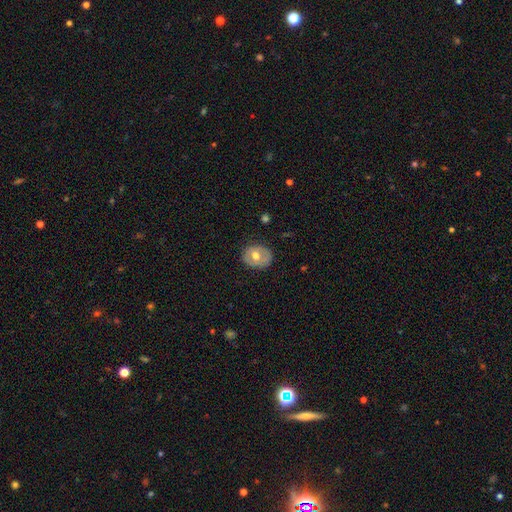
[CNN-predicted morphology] Smooth or featured?
  - smooth: 54% *
  - featured or disk: 39%
  - star or artifact: 7%
How rounded?
  - round: 53% *
  - in between: 47%
  - cigar-shaped: 1%
Merging?
  - none: 81% *
  - minor disturbance: 15%
  - major disturbance: 3%
  - merger: 1%